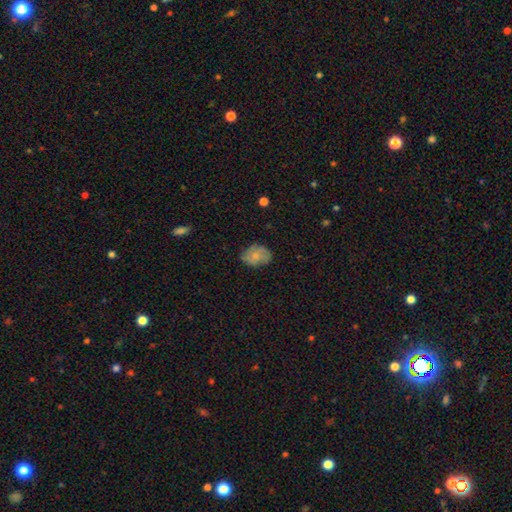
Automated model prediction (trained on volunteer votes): This is likely a smooth galaxy (70%). How rounded: likely in between (68%). Merging: likely none (72%).